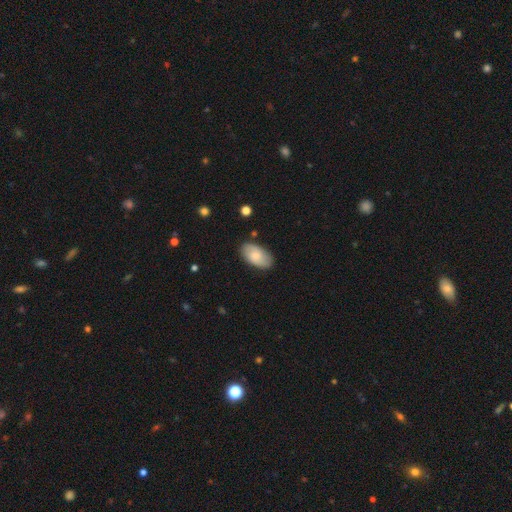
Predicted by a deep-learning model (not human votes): The model was most divided on "smooth or featured": smooth: 66%, featured or disk: 27%, star or artifact: 6%. More confident: how rounded — in between (94%); merging — none (83%).